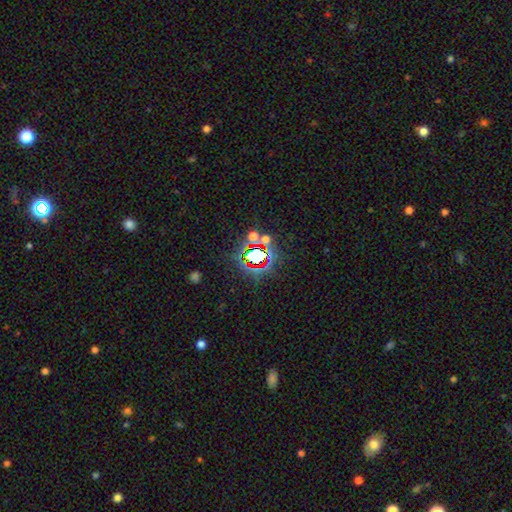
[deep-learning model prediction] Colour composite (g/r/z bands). It shows a star or artifact, not a galaxy (68%).